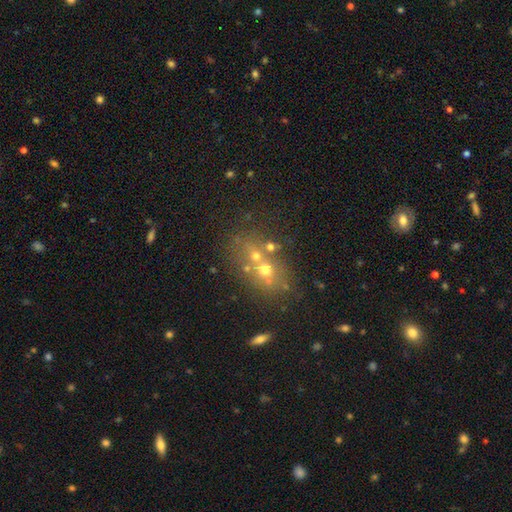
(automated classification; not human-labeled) Smooth or featured?
  - smooth: 47% *
  - featured or disk: 28%
  - star or artifact: 25%
Merging?
  - none: 45% *
  - merger: 38%
  - minor disturbance: 11%
  - major disturbance: 6%